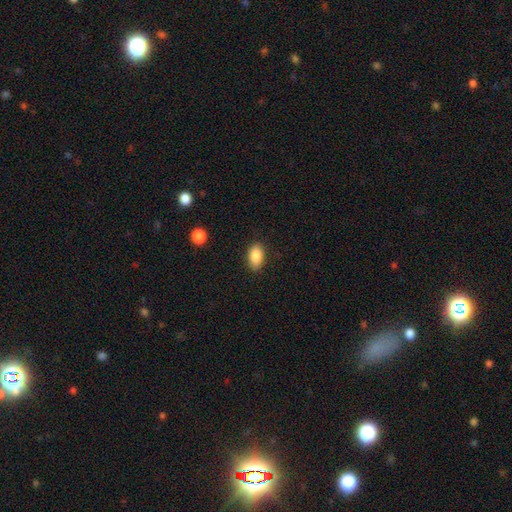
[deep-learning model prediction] This appears to be a smooth galaxy with no disk features (88%) that is in between round and cigar-shaped (91%). Merging: none (85%).